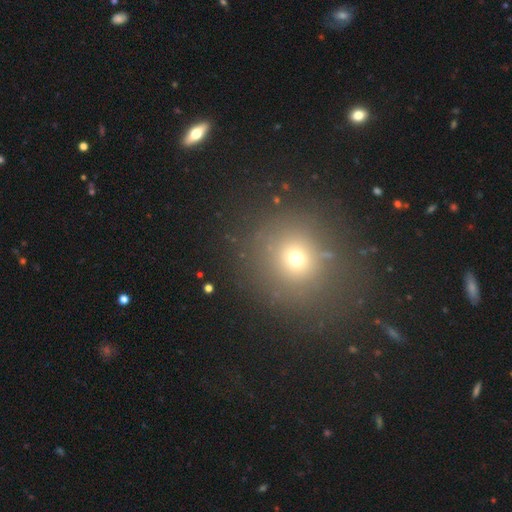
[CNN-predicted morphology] smooth-or-featured: smooth: 59% | star or artifact: 31% | featured or disk: 9%
  how-rounded: round: 82% | in between: 16% | cigar-shaped: 1%
  merging: none: 87% | minor disturbance: 8% | major disturbance: 3% | merger: 2%